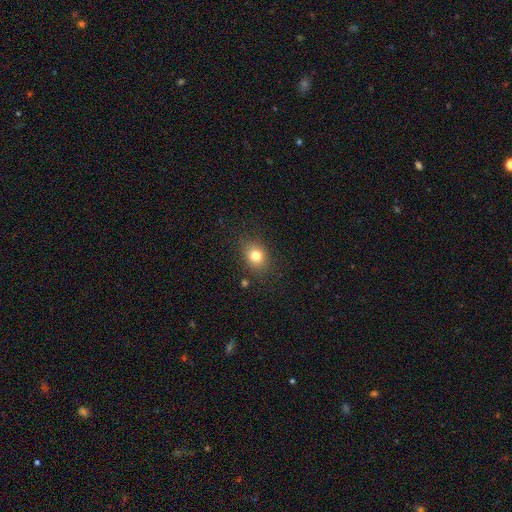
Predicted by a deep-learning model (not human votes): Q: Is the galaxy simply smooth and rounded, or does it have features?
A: smooth — 79%.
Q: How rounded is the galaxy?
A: round — 57%.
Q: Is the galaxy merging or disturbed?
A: none — 82%.